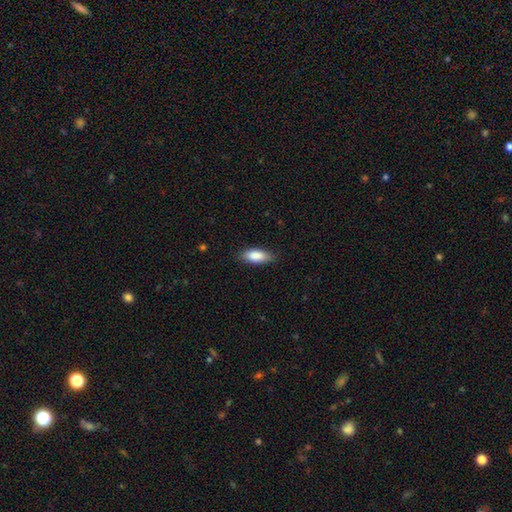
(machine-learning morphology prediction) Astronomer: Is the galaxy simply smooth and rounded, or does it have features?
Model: smooth — 87%.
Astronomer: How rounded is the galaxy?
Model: in between — 81%.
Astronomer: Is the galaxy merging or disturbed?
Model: none — 83%.